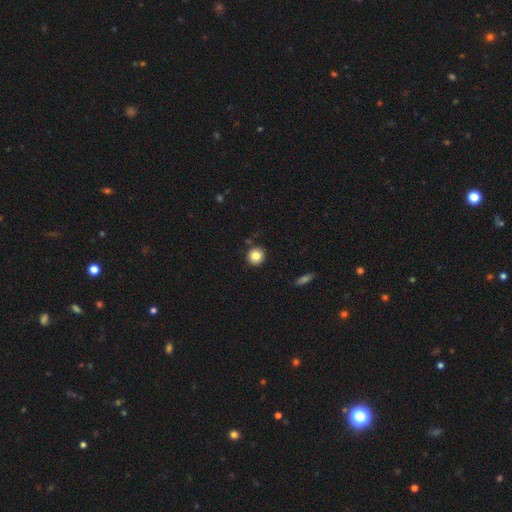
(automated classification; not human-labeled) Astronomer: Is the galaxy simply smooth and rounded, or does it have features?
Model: smooth — 84%.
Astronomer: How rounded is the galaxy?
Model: round — 91%.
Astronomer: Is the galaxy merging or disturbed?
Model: none — 88%.